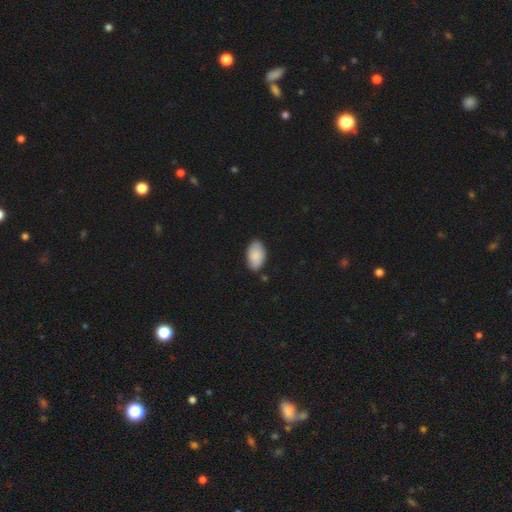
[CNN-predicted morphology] A smooth galaxy with no disk features (86%) that is in between round and cigar-shaped (94%). Merging: none (80%).